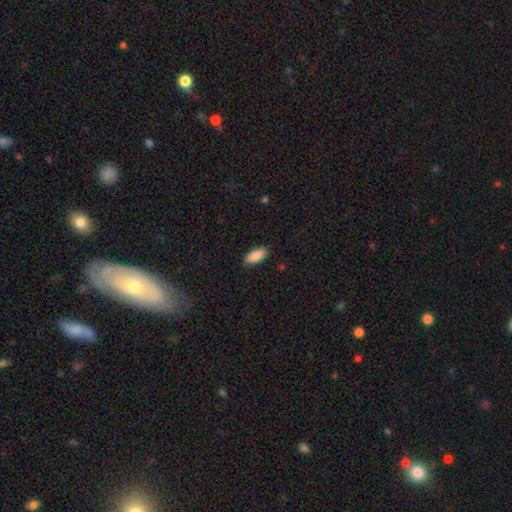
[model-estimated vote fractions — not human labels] This appears to be a smooth galaxy with no disk features (90%) that is in between round and cigar-shaped (90%). Merging: none (87%).